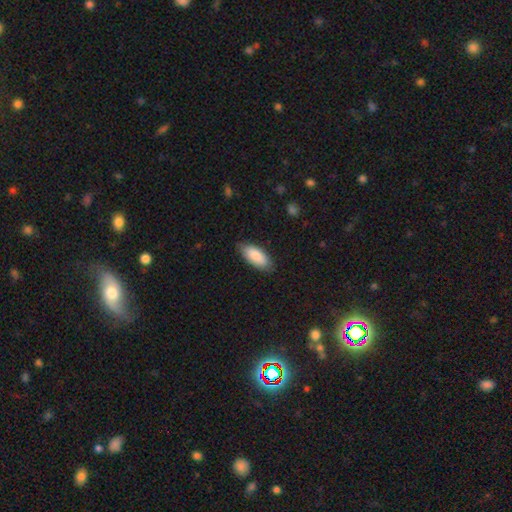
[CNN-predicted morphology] Q: Smooth or featured?
A: smooth (87%); runner-up: featured or disk (7%)
Q: How rounded?
A: in between (85%); runner-up: cigar-shaped (13%)
Q: Merging?
A: none (81%); runner-up: minor disturbance (15%)